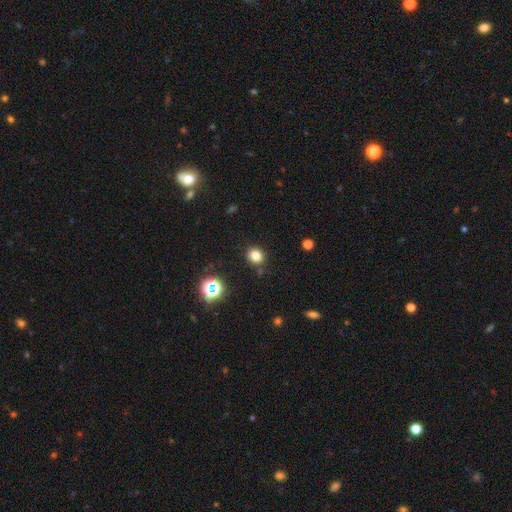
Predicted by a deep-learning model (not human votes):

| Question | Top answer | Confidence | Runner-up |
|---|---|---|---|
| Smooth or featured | smooth | 77% | star or artifact (17%) |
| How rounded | round | 74% | in between (25%) |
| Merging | none | 85% | minor disturbance (9%) |